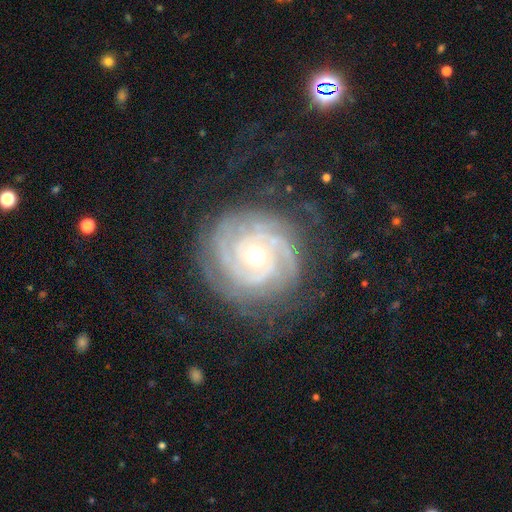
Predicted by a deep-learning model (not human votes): Smooth or featured? featured or disk (90%)
Edge-on disk? no (98%)
Bar? no (75%)
Spiral arms? yes (98%)
Spiral winding? tight (81%)
Spiral arm count? 3 (24%)
Bulge size? moderate (57%)
Merging? none (76%)